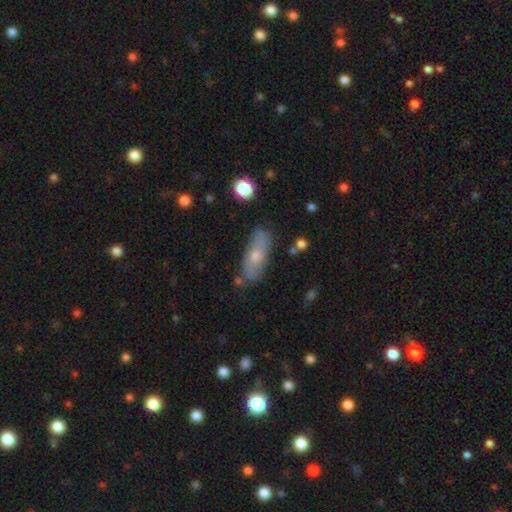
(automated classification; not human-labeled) Q: Smooth or featured?
A: smooth (58%); runner-up: featured or disk (34%)
Q: How rounded?
A: in between (64%); runner-up: cigar-shaped (32%)
Q: Merging?
A: none (77%); runner-up: minor disturbance (16%)